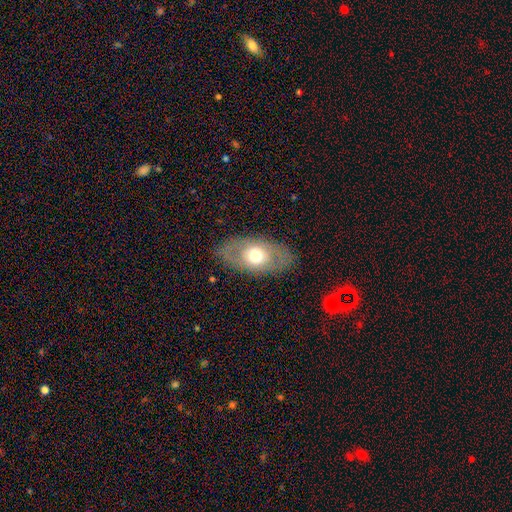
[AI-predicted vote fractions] smooth 53%, featured or disk 39%, star or artifact 7%. Down the decision tree: how rounded — in between (87%); merging — none (81%).